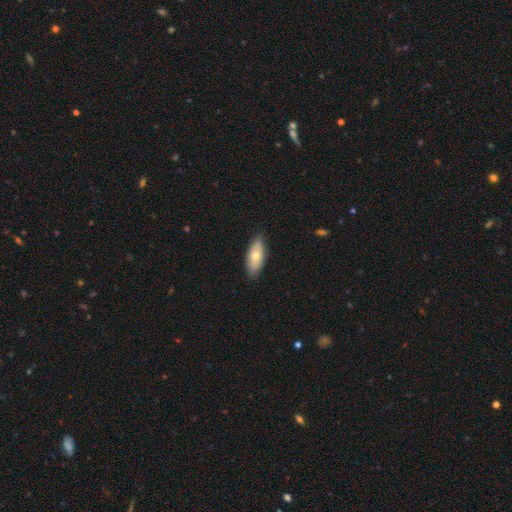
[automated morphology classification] smooth-or-featured: smooth: 69% | featured or disk: 25% | star or artifact: 6%
  how-rounded: in between: 86% | cigar-shaped: 11% | round: 3%
  merging: none: 84% | minor disturbance: 13% | major disturbance: 2% | merger: 1%